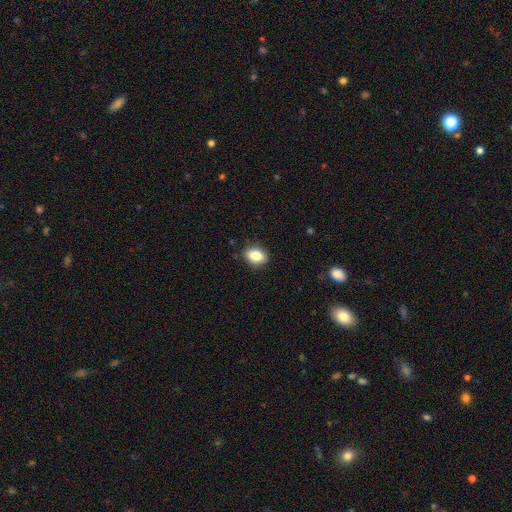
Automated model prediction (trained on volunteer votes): Overall: smooth (84%). How rounded: in between (75%). Merging: none (88%).